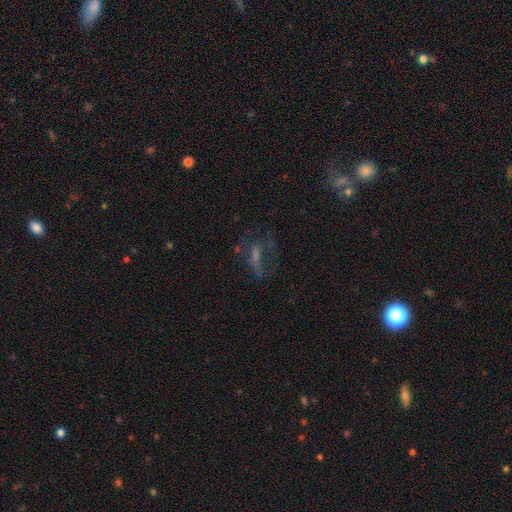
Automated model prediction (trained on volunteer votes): This appears to be a featured or disk galaxy (43%). Merging: none (45%).